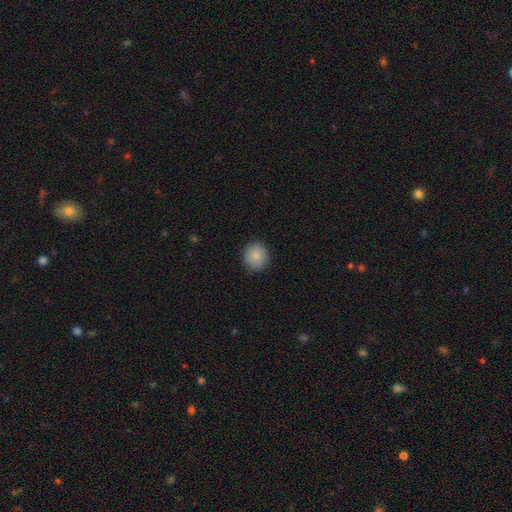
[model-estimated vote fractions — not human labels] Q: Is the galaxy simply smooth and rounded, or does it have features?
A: smooth — 86%.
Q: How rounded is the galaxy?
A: round — 86%.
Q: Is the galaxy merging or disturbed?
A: none — 89%.